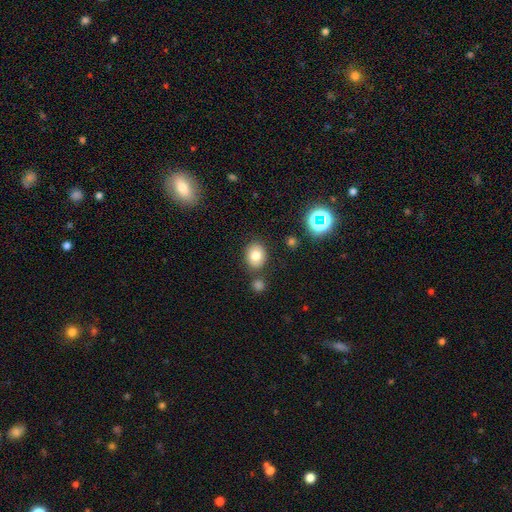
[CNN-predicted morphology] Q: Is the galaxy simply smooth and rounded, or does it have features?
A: smooth — 79%.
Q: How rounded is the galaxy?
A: in between — 50%.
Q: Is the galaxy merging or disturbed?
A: none — 78%.